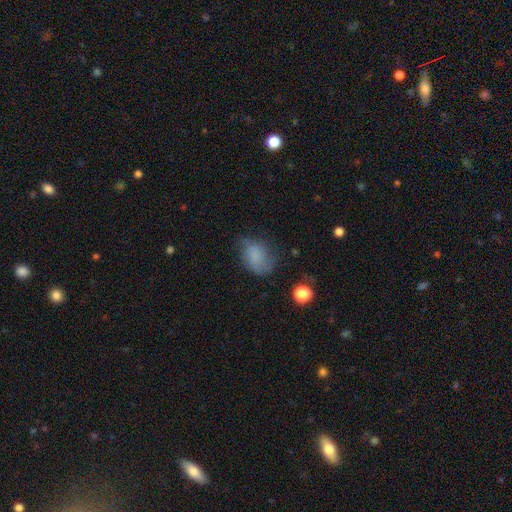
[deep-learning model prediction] smooth-or-featured: smooth: 68% | featured or disk: 20% | star or artifact: 12%
  how-rounded: in between: 71% | round: 27% | cigar-shaped: 1%
  merging: none: 51% | minor disturbance: 31% | major disturbance: 16% | merger: 2%